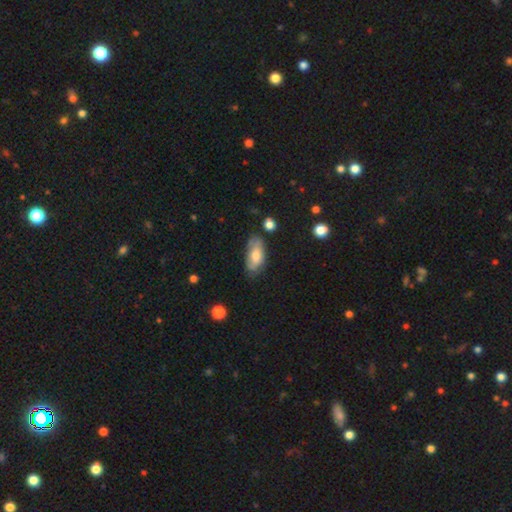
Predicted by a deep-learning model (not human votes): Q: Smooth or featured?
A: smooth (60%); runner-up: featured or disk (33%)
Q: How rounded?
A: in between (89%); runner-up: cigar-shaped (8%)
Q: Merging?
A: none (59%); runner-up: minor disturbance (29%)